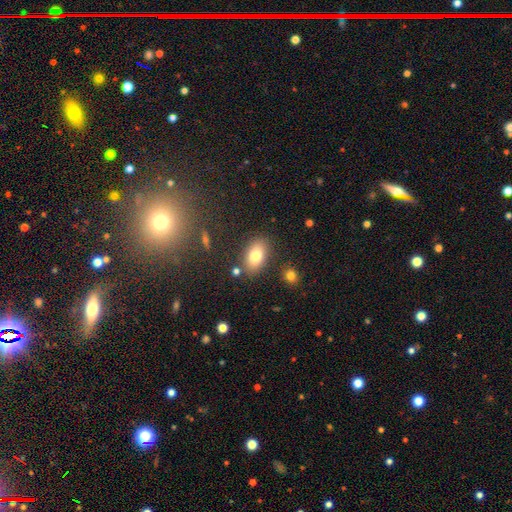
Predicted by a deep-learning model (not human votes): A smooth galaxy with no disk features (79%) that is in between round and cigar-shaped (90%).

Vote fractions:
- Smooth or featured? smooth: 79% / featured or disk: 13% / star or artifact: 9%
- How rounded? in between: 90% / round: 8% / cigar-shaped: 2%
- Merging? none: 81% / minor disturbance: 11% / merger: 5% / major disturbance: 3%